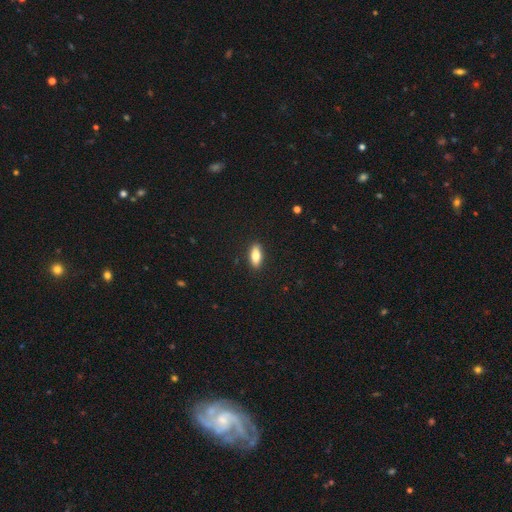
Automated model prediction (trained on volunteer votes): The model was most divided on "how rounded": in between: 78%, cigar-shaped: 19%, round: 3%. More confident: merging — none (89%); smooth or featured — smooth (77%).